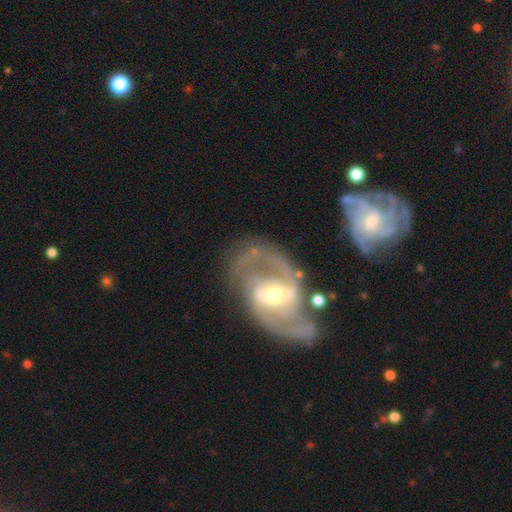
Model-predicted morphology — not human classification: featured or disk 87%, smooth 8%, star or artifact 5%. Down the decision tree: edge-on disk — no (96%); bar — weak (42%); spiral arms — yes (93%); spiral arm count — 2 (69%); spiral winding — medium (51%); bulge size — moderate (56%); merging — none (58%).